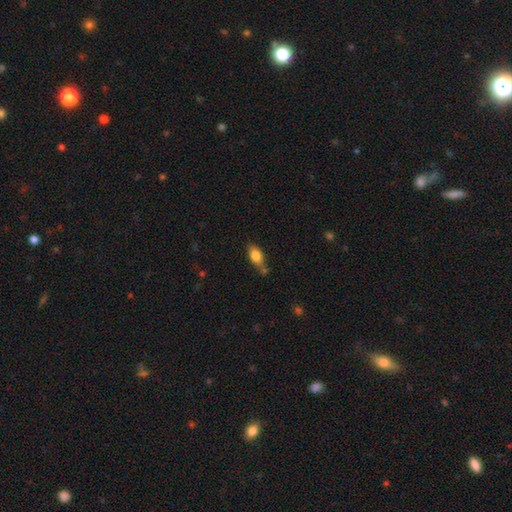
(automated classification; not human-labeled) Morphology: type=smooth (80%); roundness=in between (83%); merging=none (51%).